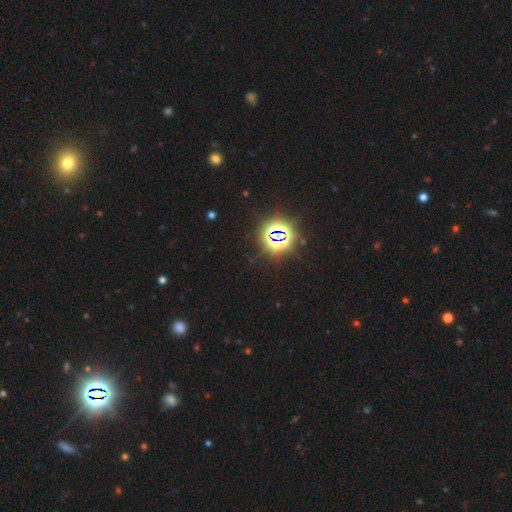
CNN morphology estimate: A star or artifact, not a galaxy (81%).

Vote fractions:
- Smooth or featured? star or artifact: 81% / smooth: 13% / featured or disk: 6%